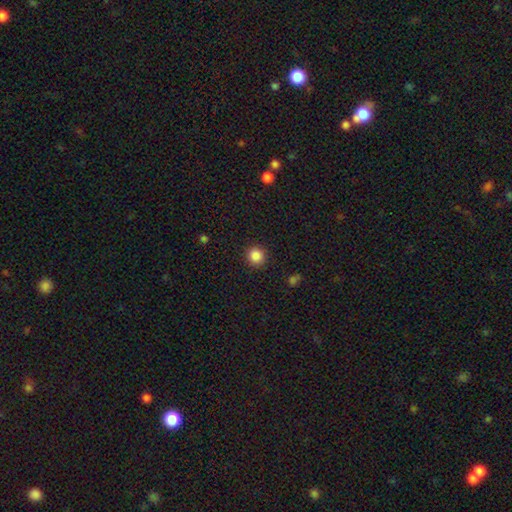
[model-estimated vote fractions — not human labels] smooth 86%, star or artifact 11%, featured or disk 3%. Down the decision tree: how rounded — round (93%); merging — none (91%).